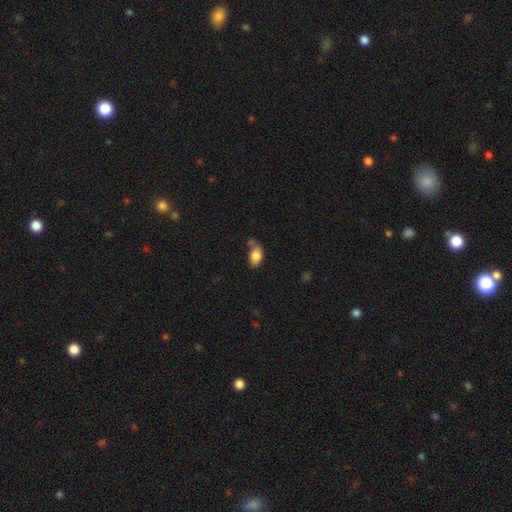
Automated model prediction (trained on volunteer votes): This appears to be a smooth galaxy with no disk features (81%) that is in between round and cigar-shaped (87%). Merging: none (42%).